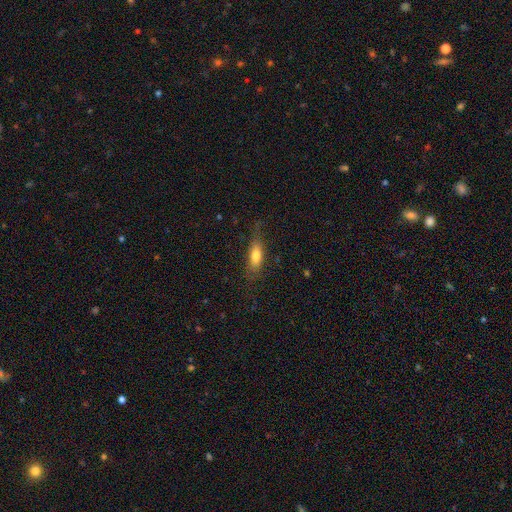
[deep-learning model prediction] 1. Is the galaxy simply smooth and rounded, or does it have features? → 74% smooth, 19% featured or disk, 7% star or artifact.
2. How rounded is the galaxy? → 64% in between, 33% cigar-shaped, 3% round.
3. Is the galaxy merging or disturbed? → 70% none, 20% minor disturbance, 9% major disturbance, 1% merger.